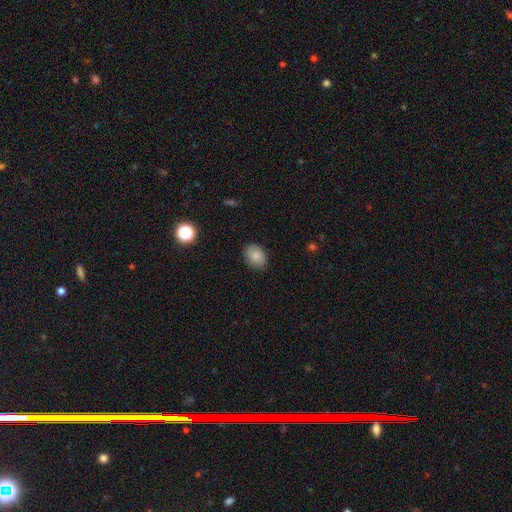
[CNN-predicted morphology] smooth_or_featured: smooth (p=0.86) [alt: star or artifact p=0.08]
how_rounded: in between (p=0.70) [alt: round p=0.29]
merging: none (p=0.87) [alt: minor disturbance p=0.10]